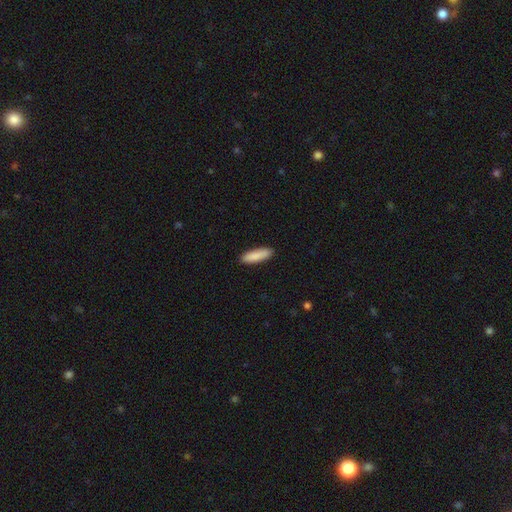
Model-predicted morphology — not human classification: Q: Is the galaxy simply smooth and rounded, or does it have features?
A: smooth — 89%.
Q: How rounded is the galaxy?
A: cigar-shaped — 64%.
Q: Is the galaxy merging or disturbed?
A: none — 89%.